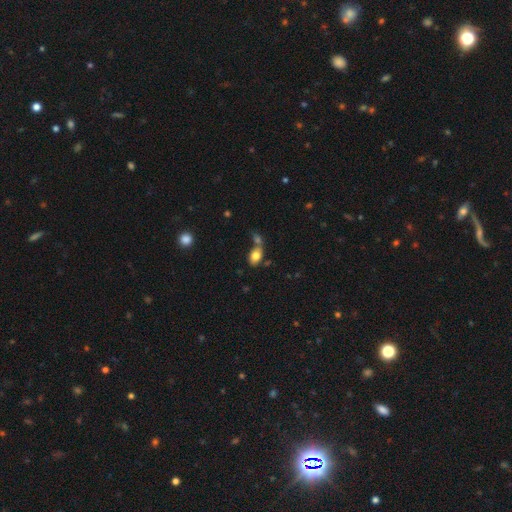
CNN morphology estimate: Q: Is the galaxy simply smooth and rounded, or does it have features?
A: smooth — 80%.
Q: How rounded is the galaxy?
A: in between — 85%.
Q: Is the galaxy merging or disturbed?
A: none — 47%.